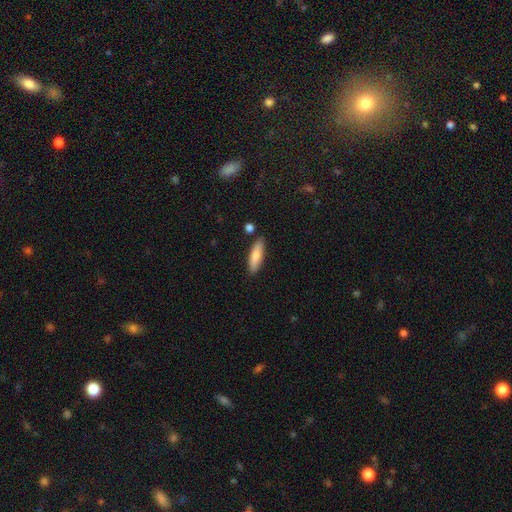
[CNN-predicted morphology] Smooth or featured?
  - smooth: 78% *
  - featured or disk: 16%
  - star or artifact: 6%
How rounded?
  - cigar-shaped: 56% *
  - in between: 42%
  - round: 2%
Merging?
  - none: 84% *
  - minor disturbance: 11%
  - merger: 4%
  - major disturbance: 2%